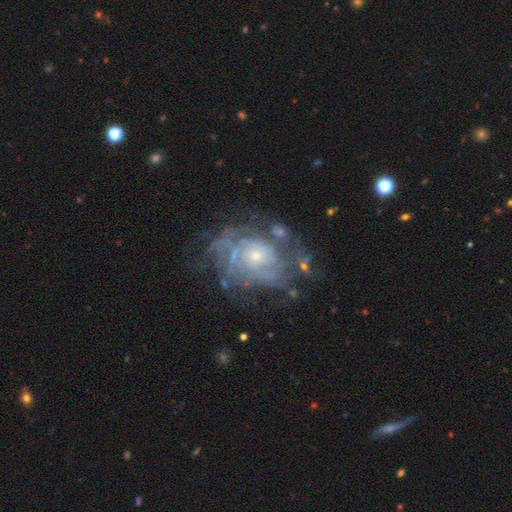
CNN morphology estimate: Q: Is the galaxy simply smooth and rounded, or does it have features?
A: featured or disk — 84%.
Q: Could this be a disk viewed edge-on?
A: no — 97%.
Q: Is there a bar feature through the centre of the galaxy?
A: no — 78%.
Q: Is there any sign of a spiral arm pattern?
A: yes — 89%.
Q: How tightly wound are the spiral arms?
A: tight — 67%.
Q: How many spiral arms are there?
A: can't tell — 47%.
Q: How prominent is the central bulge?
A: small — 67%.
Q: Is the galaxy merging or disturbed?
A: none — 61%.